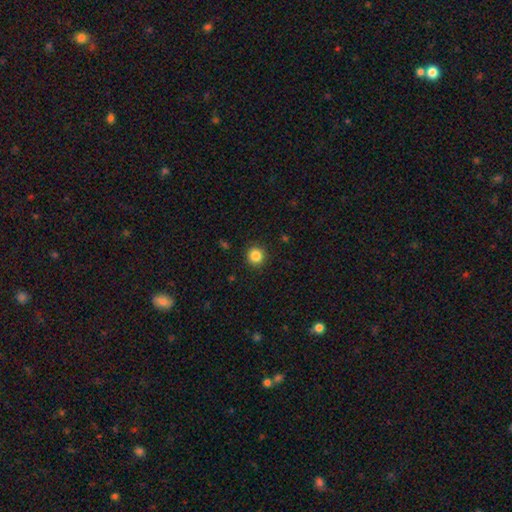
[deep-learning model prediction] Morphology: type=smooth (85%); roundness=round (92%); merging=none (91%).